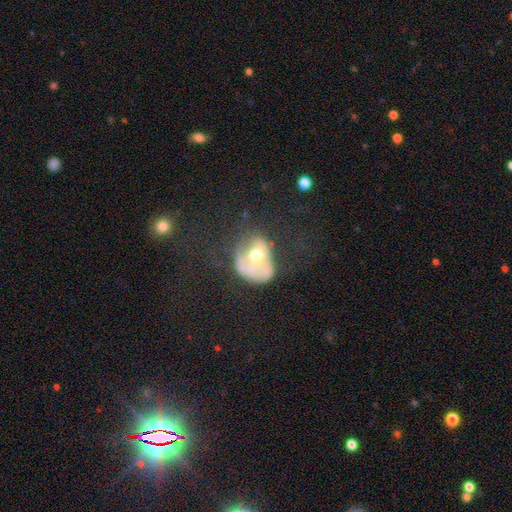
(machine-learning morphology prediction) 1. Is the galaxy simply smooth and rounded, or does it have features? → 44% smooth, 42% featured or disk, 14% star or artifact.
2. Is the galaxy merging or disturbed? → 38% major disturbance, 25% none, 23% minor disturbance, 14% merger.